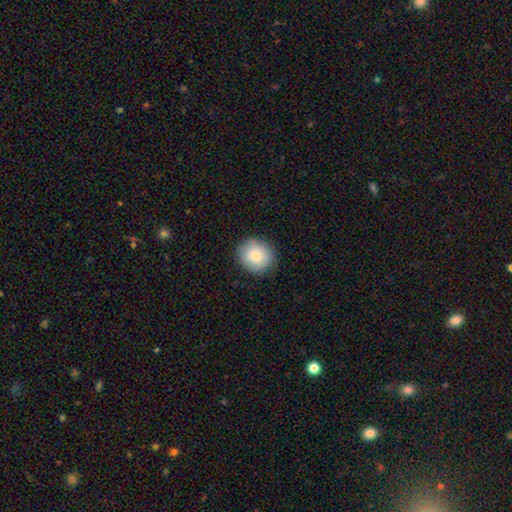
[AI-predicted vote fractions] Overall: smooth (79%). How rounded: round (89%). Merging: none (87%).